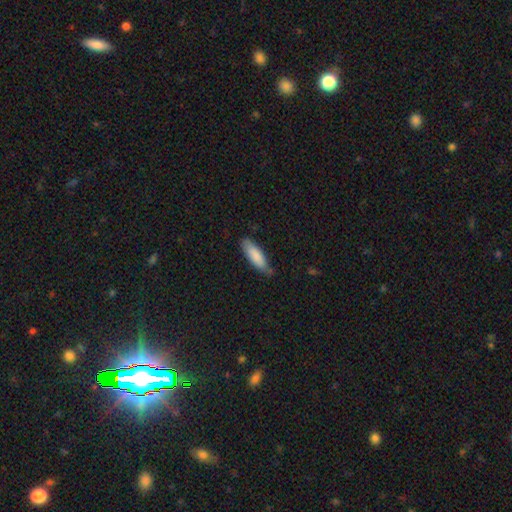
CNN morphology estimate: Smooth or featured? smooth (84%)
How rounded? in between (53%)
Merging? none (70%)